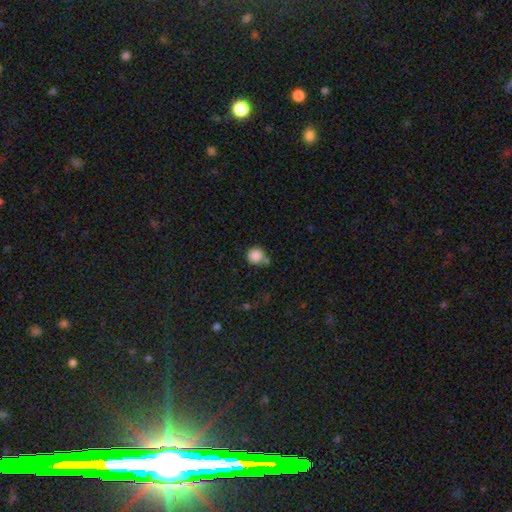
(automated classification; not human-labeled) This appears to be a smooth galaxy with no disk features (87%) that is round (93%). Merging: none (63%).